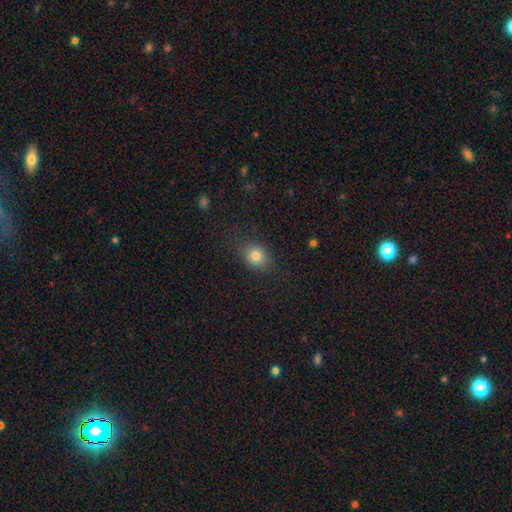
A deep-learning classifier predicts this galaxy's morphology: Smooth or featured? Predicted: smooth (p=0.80). How rounded? Predicted: round (p=0.54). Merging? Predicted: none (p=0.80).